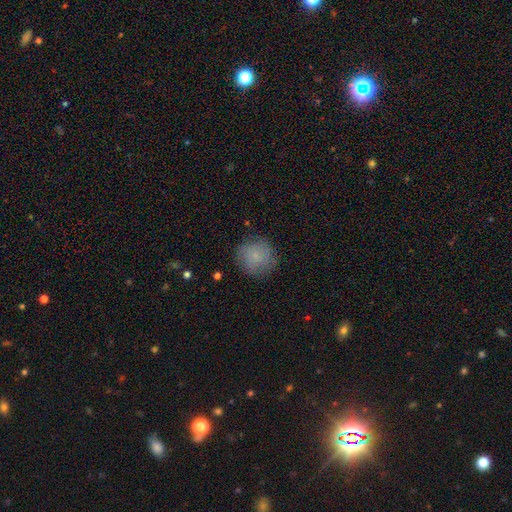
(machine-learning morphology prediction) smooth-or-featured: smooth: 78% | featured or disk: 13% | star or artifact: 9%
  how-rounded: round: 92% | in between: 7% | cigar-shaped: 1%
  merging: none: 80% | minor disturbance: 15% | major disturbance: 5% | merger: 1%